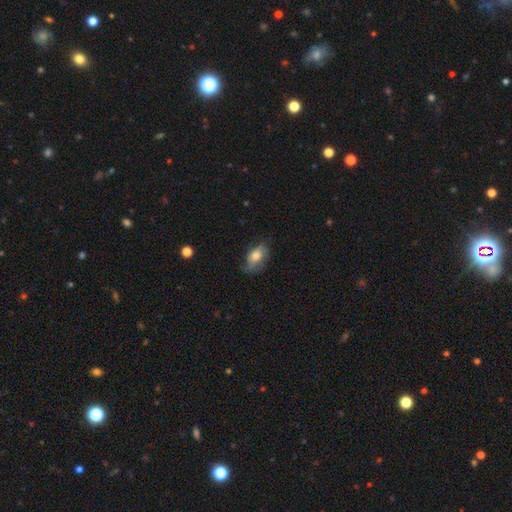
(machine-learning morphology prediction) A smooth galaxy with no disk features (55%) that is in between round and cigar-shaped (86%).

Vote fractions:
- Smooth or featured? smooth: 55% / featured or disk: 37% / star or artifact: 8%
- How rounded? in between: 86% / round: 11% / cigar-shaped: 3%
- Merging? none: 54% / minor disturbance: 29% / major disturbance: 15% / merger: 2%